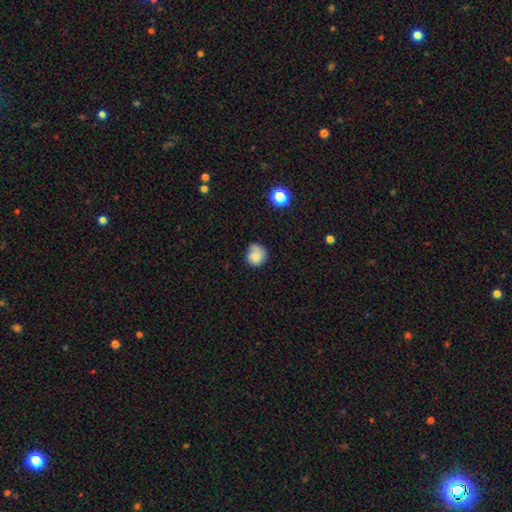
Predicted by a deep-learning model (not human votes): Smooth or featured? smooth (75%)
How rounded? round (79%)
Merging? none (57%)